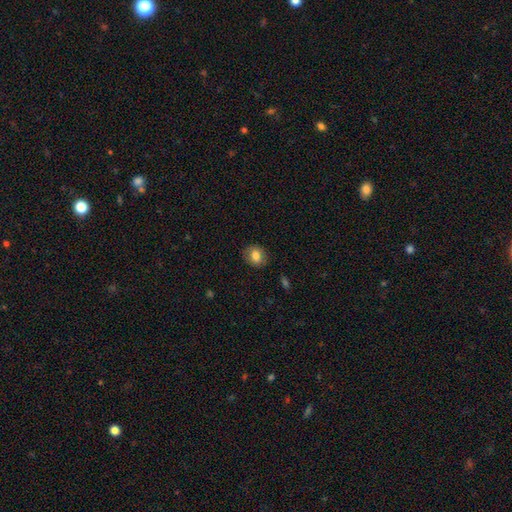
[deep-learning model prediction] Morphology: type=smooth (82%); roundness=round (65%); merging=none (86%).